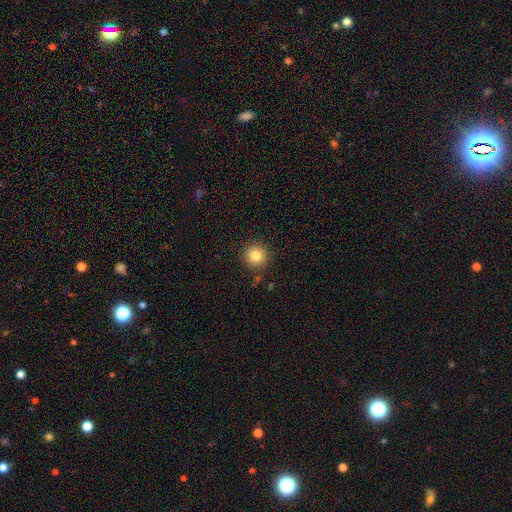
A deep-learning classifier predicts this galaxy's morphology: Q: Smooth or featured?
A: smooth (83%); runner-up: star or artifact (10%)
Q: How rounded?
A: round (95%); runner-up: in between (4%)
Q: Merging?
A: none (89%); runner-up: minor disturbance (7%)